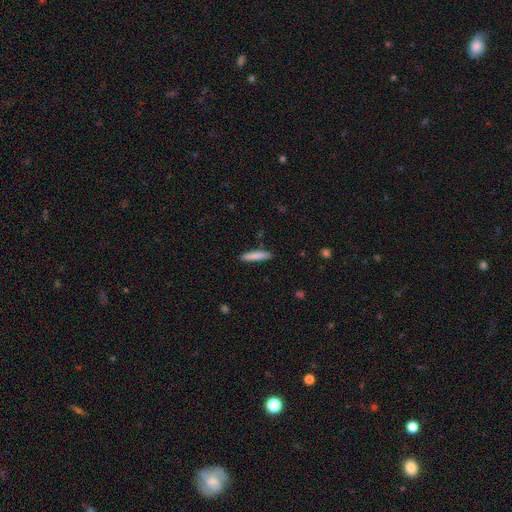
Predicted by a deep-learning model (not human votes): Smooth or featured? Predicted: smooth (p=0.84). How rounded? Predicted: cigar-shaped (p=0.86). Merging? Predicted: none (p=0.89).